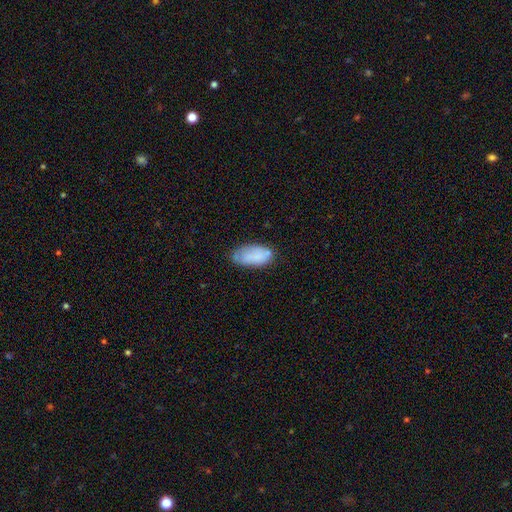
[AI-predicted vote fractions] Smooth or featured? smooth (78%)
How rounded? in between (93%)
Merging? none (61%)